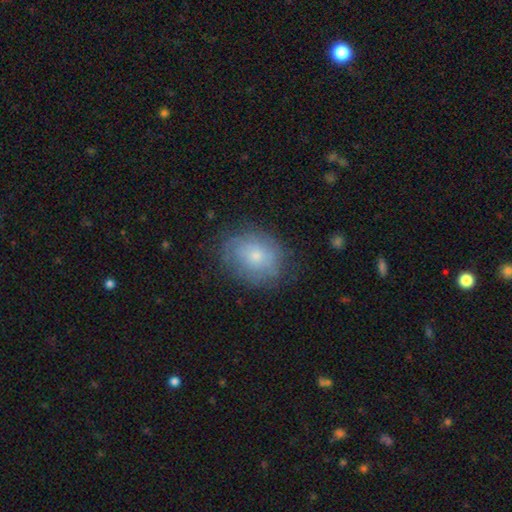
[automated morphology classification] This is possibly a smooth galaxy (54%). How rounded: possibly in between (51%). Merging: likely none (72%).